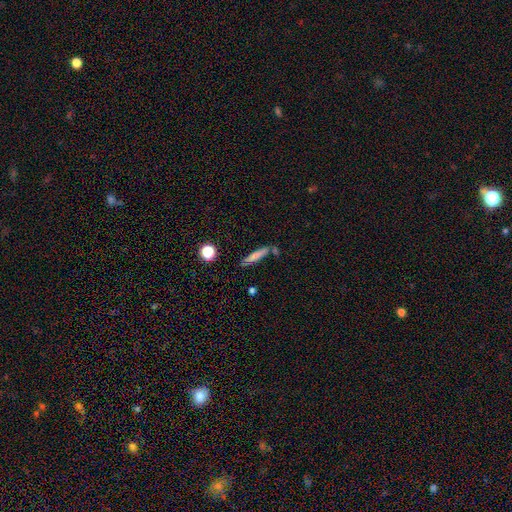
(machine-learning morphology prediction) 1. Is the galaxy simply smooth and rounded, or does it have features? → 69% smooth, 22% featured or disk, 9% star or artifact.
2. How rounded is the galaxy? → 86% cigar-shaped, 11% in between, 2% round.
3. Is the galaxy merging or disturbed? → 75% none, 14% minor disturbance, 8% merger, 3% major disturbance.